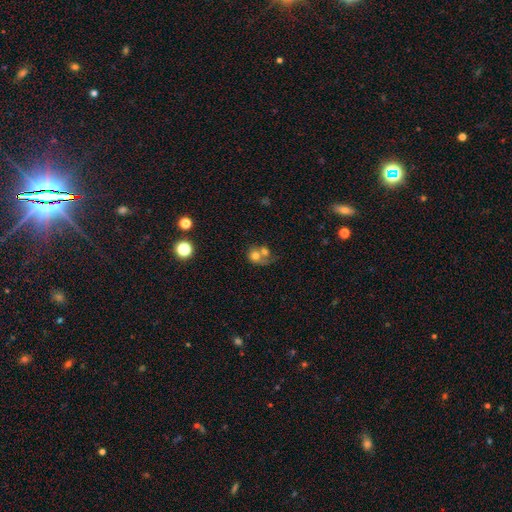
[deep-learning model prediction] This is likely a smooth galaxy (64%). How rounded: likely round (67%). Merging: likely merger (64%).